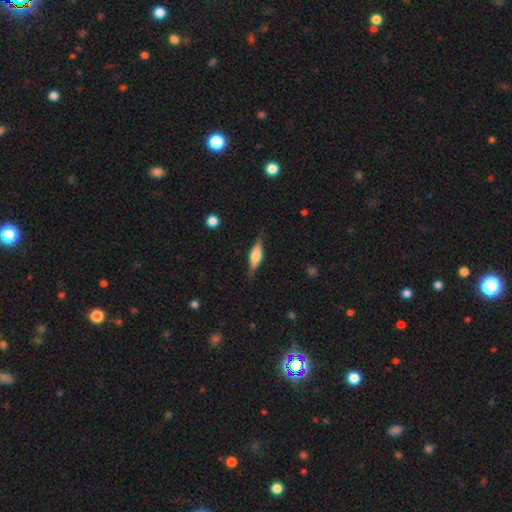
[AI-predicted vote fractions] smooth-or-featured: featured or disk: 51% | smooth: 43% | star or artifact: 7%
  disk-edge-on: yes: 92% | no: 8%
  merging: none: 81% | minor disturbance: 14% | major disturbance: 3% | merger: 1%